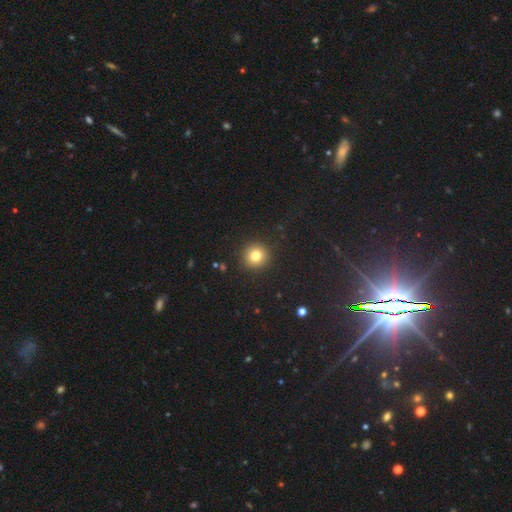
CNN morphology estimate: Smooth or featured? Predicted: smooth (p=0.79). How rounded? Predicted: round (p=0.93). Merging? Predicted: none (p=0.91).